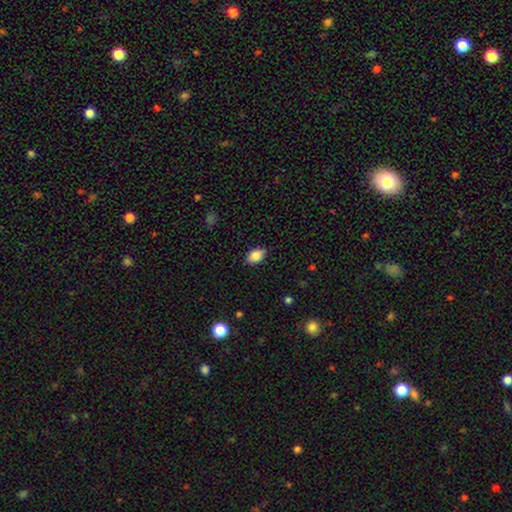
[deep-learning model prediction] The model was most divided on "merging": none: 85%, minor disturbance: 11%, major disturbance: 2%, merger: 1%. More confident: how rounded — in between (89%); smooth or featured — smooth (86%).